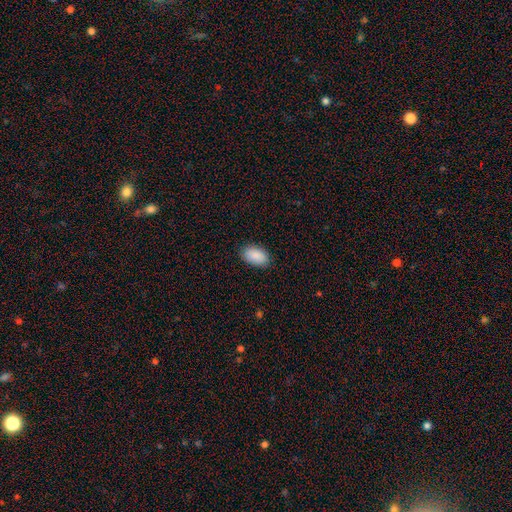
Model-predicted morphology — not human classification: smooth-or-featured: smooth: 90% | star or artifact: 6% | featured or disk: 3%
  how-rounded: in between: 94% | round: 5% | cigar-shaped: 1%
  merging: none: 87% | minor disturbance: 10% | major disturbance: 2% | merger: 1%